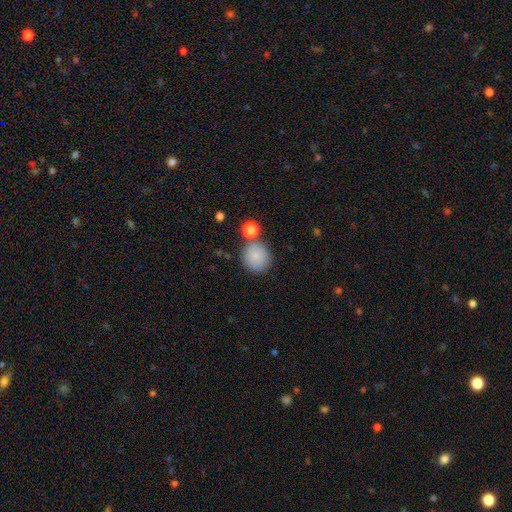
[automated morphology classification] smooth 82%, featured or disk 9%, star or artifact 9%. Down the decision tree: how rounded — round (88%); merging — none (74%).